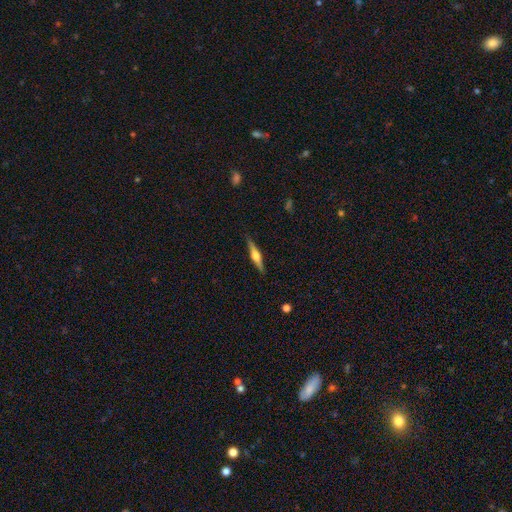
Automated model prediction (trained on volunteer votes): smooth-or-featured: featured or disk: 72% | smooth: 22% | star or artifact: 6%
  disk-edge-on: yes: 98% | no: 2%
    edge-on-bulge: rounded: 91% | boxy: 7% | none: 3%
  merging: none: 90% | minor disturbance: 8% | major disturbance: 2% | merger: 1%